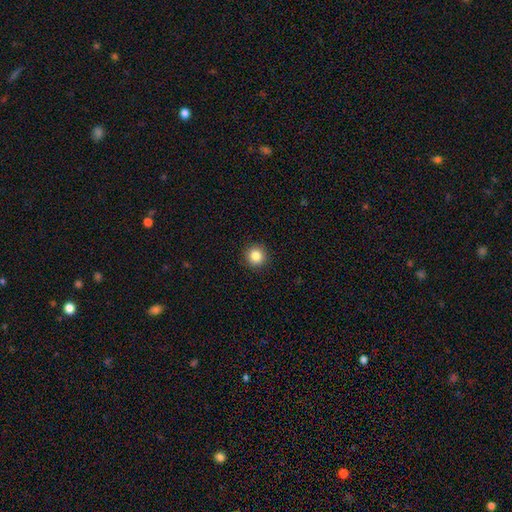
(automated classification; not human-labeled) Smooth or featured: smooth — 85% (star or artifact — 10%)
How rounded: round — 94% (in between — 5%)
Merging: none — 92% (minor disturbance — 5%)